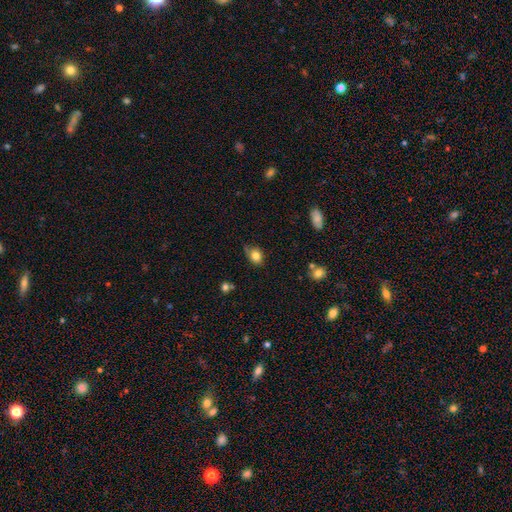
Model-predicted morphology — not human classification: A smooth galaxy with no disk features (80%) that is in between round and cigar-shaped (53%). Merging: none (61%).